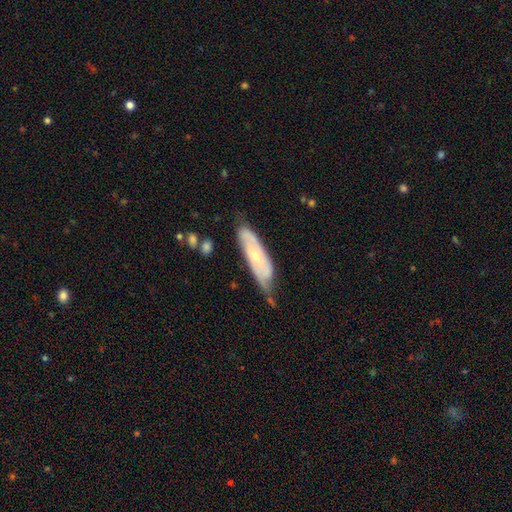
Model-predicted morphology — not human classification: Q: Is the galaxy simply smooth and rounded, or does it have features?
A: featured or disk — 60%.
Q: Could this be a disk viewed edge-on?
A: no — 76%.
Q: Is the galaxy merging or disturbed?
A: none — 53%.